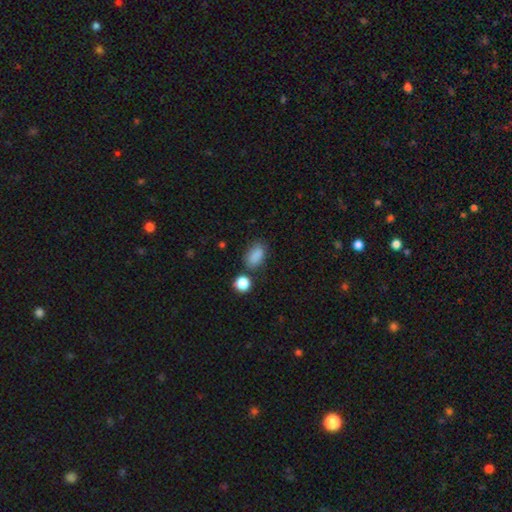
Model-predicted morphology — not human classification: Smooth or featured: smooth — 85% (star or artifact — 10%)
How rounded: in between — 85% (round — 13%)
Merging: none — 70% (minor disturbance — 18%)